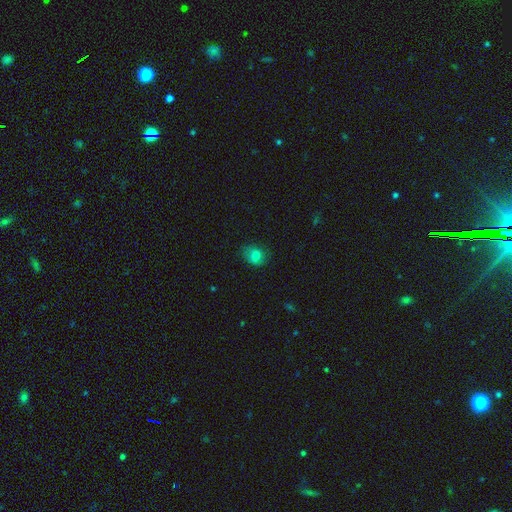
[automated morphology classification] Smooth or featured? Predicted: smooth (p=0.76). How rounded? Predicted: in between (p=0.50). Merging? Predicted: none (p=0.70).